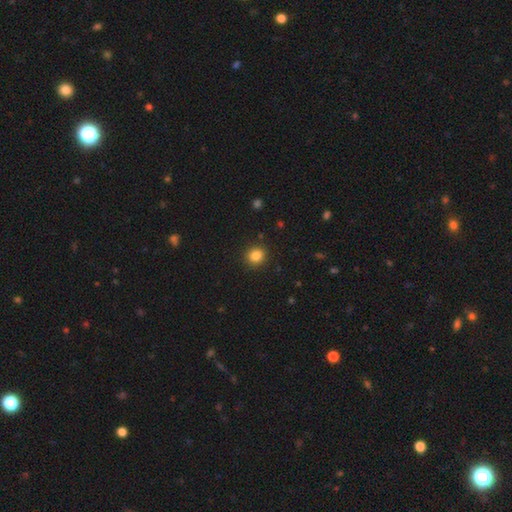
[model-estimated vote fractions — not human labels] Smooth or featured? Predicted: smooth (p=0.85). How rounded? Predicted: round (p=0.82). Merging? Predicted: none (p=0.89).